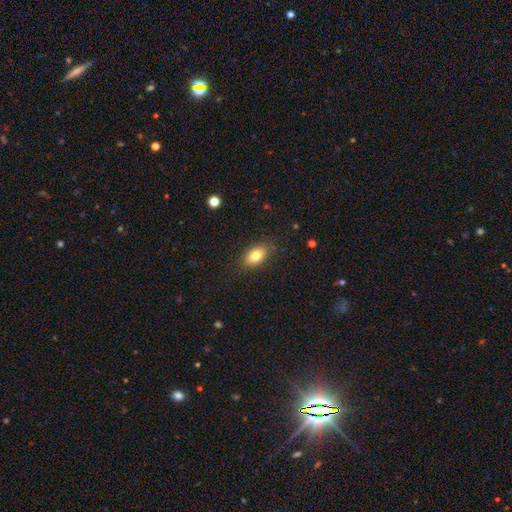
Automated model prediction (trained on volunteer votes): Smooth or featured: smooth — 79% (featured or disk — 12%)
How rounded: in between — 86% (round — 11%)
Merging: none — 84% (minor disturbance — 11%)